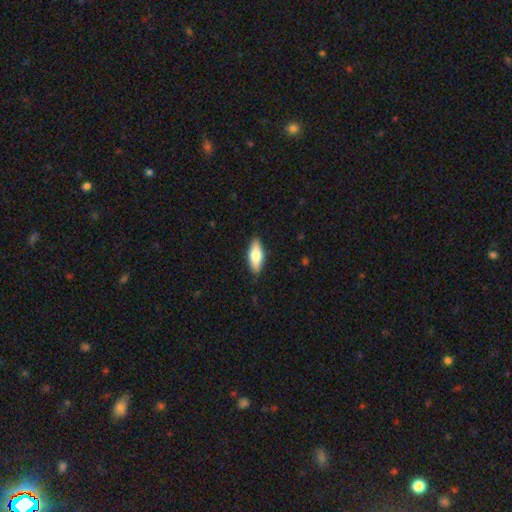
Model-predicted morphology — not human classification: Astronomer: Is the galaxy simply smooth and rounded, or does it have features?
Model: smooth — 68%.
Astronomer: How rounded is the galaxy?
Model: in between — 72%.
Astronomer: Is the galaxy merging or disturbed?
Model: none — 87%.